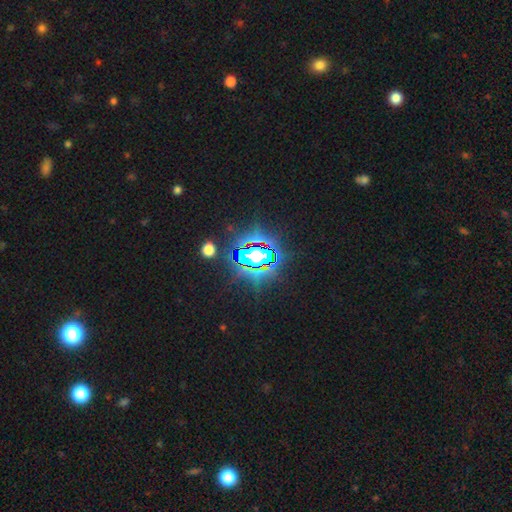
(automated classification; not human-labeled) Smooth or featured? star or artifact (75%)